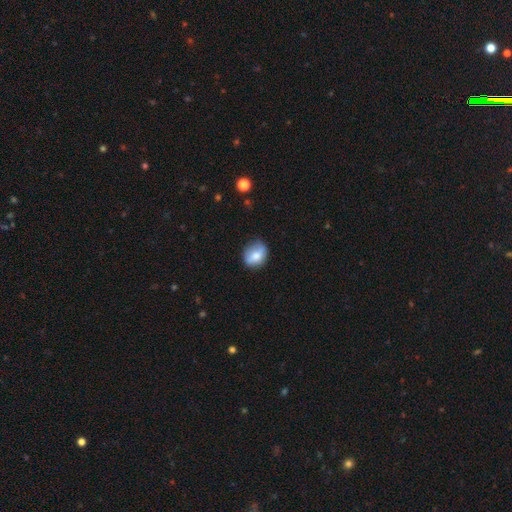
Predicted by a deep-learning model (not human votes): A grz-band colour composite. It shows a smooth galaxy with no disk features (72%) that is round (56%). Merging: none (70%).